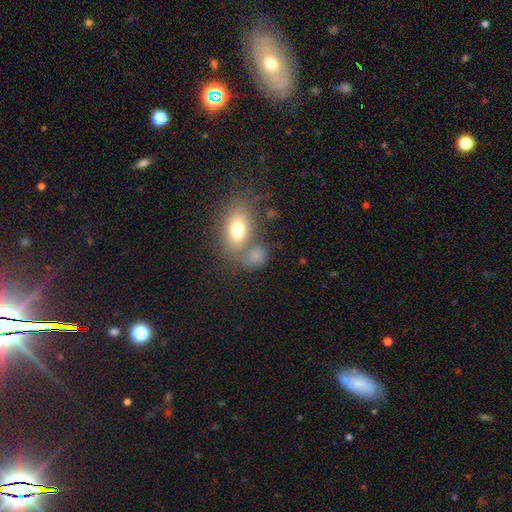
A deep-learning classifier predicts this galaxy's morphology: smooth-or-featured: smooth: 73% | featured or disk: 14% | star or artifact: 13%
  how-rounded: in between: 53% | round: 44% | cigar-shaped: 3%
  merging: none: 47% | merger: 35% | minor disturbance: 11% | major disturbance: 7%